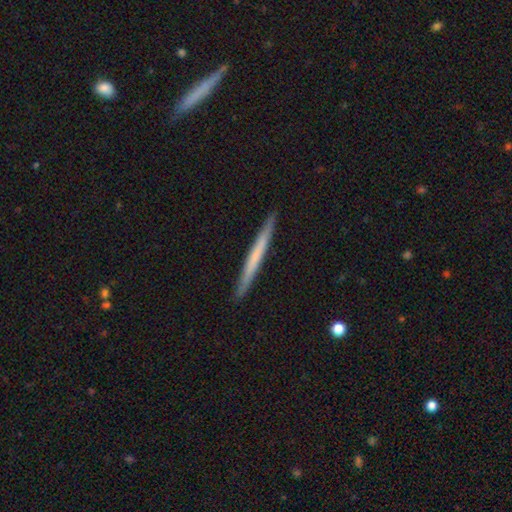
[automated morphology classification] Smooth or featured? smooth (52%)
How rounded? cigar-shaped (97%)
Merging? none (92%)